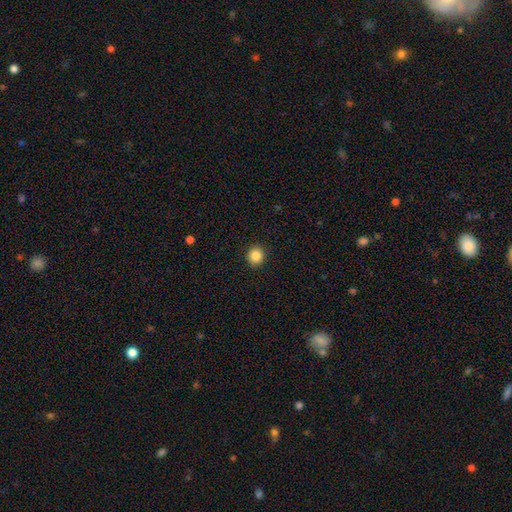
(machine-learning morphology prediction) Overall: smooth (86%). How rounded: round (85%). Merging: none (92%).